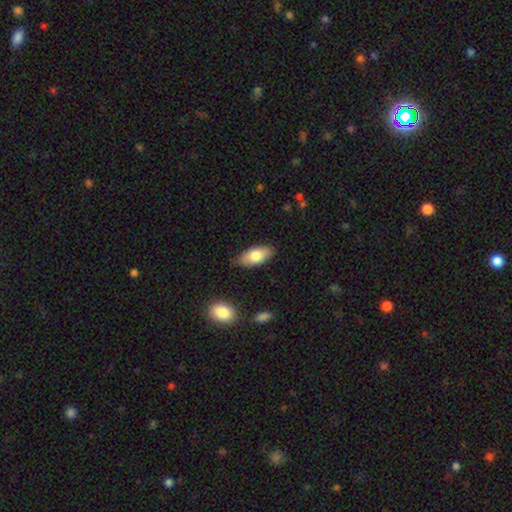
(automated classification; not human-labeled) This is likely a smooth galaxy (77%). How rounded: clearly in between (89%). Merging: clearly none (82%).